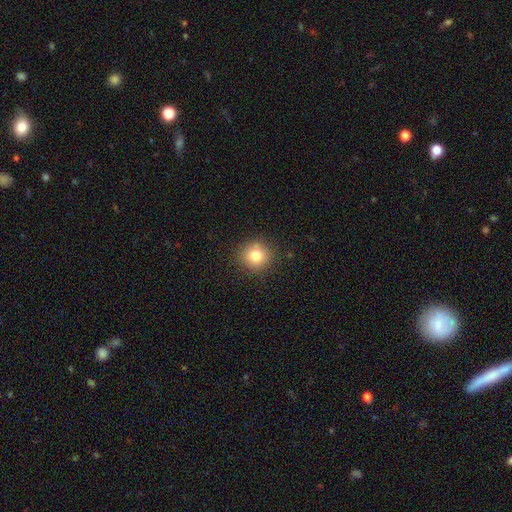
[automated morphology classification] type=smooth (80%); roundness=round (91%); merging=none (87%).